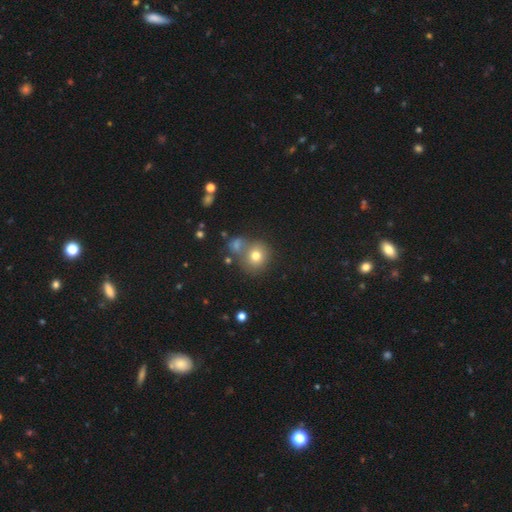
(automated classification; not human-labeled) smooth-or-featured: smooth: 75% | star or artifact: 14% | featured or disk: 11%
  how-rounded: round: 86% | in between: 13% | cigar-shaped: 1%
  merging: none: 58% | merger: 26% | minor disturbance: 11% | major disturbance: 5%